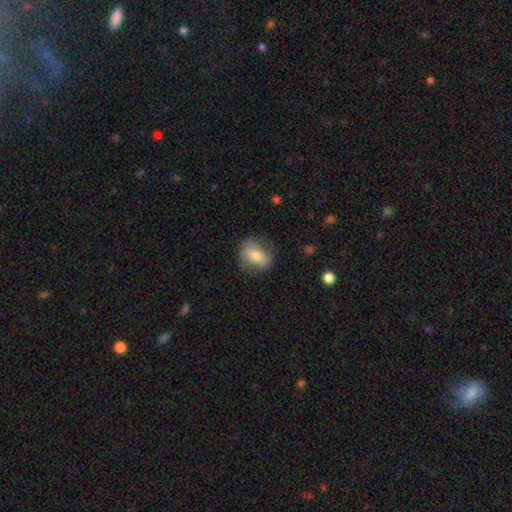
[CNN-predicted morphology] A smooth galaxy with no disk features (69%) that is in between round and cigar-shaped (74%). Merging: none (70%).